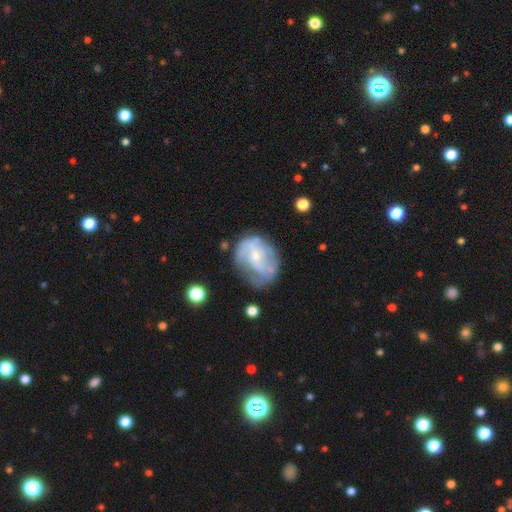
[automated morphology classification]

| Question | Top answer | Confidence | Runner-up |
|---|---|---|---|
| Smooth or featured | featured or disk | 68% | smooth (25%) |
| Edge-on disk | no | 97% | yes (3%) |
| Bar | no | 56% | weak (35%) |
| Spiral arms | yes | 75% | no (25%) |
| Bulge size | small | 67% | moderate (25%) |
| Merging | none | 50% | minor disturbance (27%) |